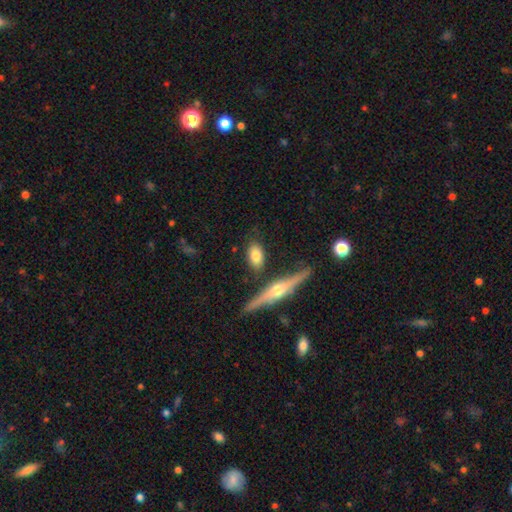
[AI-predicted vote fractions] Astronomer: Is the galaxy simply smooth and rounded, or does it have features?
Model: smooth — 74%.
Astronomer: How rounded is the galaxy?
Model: in between — 85%.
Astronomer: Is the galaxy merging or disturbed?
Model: none — 77%.